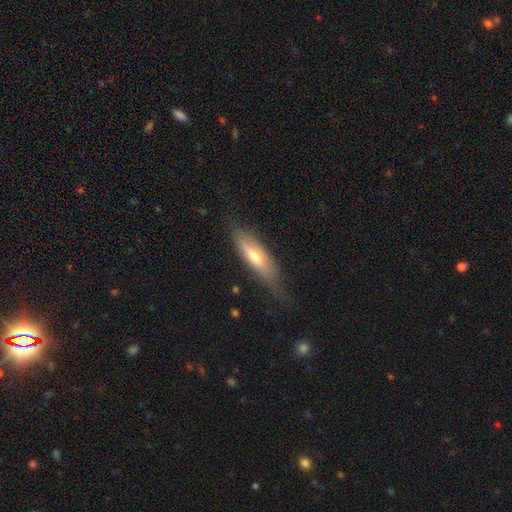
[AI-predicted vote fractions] A smooth galaxy with no disk features (53%) that is cigar-shaped (52%).

Vote fractions:
- Smooth or featured? smooth: 53% / featured or disk: 41% / star or artifact: 6%
- How rounded? cigar-shaped: 52% / in between: 46% / round: 2%
- Merging? none: 57% / minor disturbance: 29% / major disturbance: 12% / merger: 2%